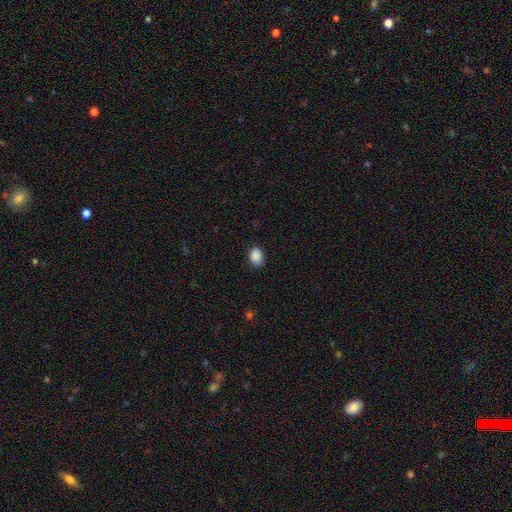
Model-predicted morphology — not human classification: smooth-or-featured: smooth: 89% | star or artifact: 8% | featured or disk: 3%
  how-rounded: in between: 78% | round: 21% | cigar-shaped: 1%
  merging: none: 84% | minor disturbance: 13% | major disturbance: 2% | merger: 1%